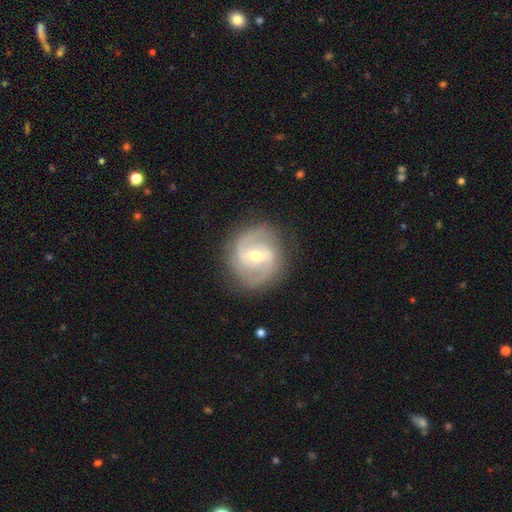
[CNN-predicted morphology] Smooth or featured? Predicted: featured or disk (p=0.86). Edge-on disk? Predicted: no (p=0.97). Bar? Predicted: weak (p=0.51). Spiral arms? Predicted: yes (p=0.94). Spiral winding? Predicted: medium (p=0.46). Spiral arm count? Predicted: 2 (p=0.79). Bulge size? Predicted: moderate (p=0.54). Merging? Predicted: none (p=0.82).